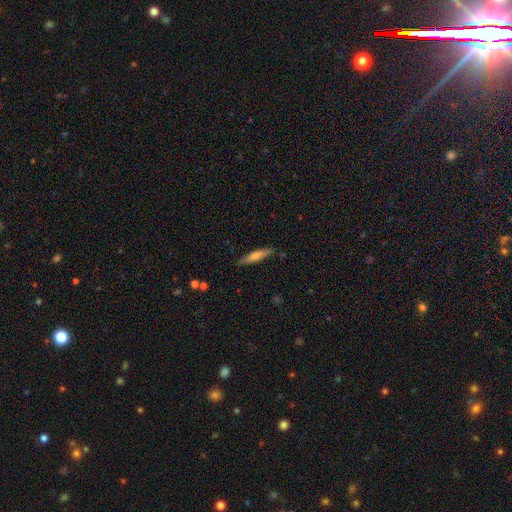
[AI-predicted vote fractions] smooth_or_featured: smooth (p=0.53) [alt: featured or disk p=0.41]
how_rounded: cigar-shaped (p=0.86) [alt: in between p=0.12]
merging: none (p=0.88) [alt: minor disturbance p=0.09]